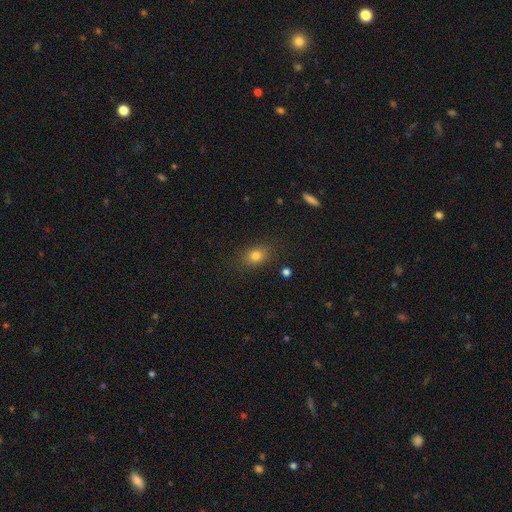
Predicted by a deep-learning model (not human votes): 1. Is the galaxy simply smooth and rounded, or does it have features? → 79% smooth, 12% star or artifact, 8% featured or disk.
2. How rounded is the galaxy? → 58% in between, 40% round, 2% cigar-shaped.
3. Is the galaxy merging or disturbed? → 84% none, 11% minor disturbance, 3% major disturbance, 2% merger.